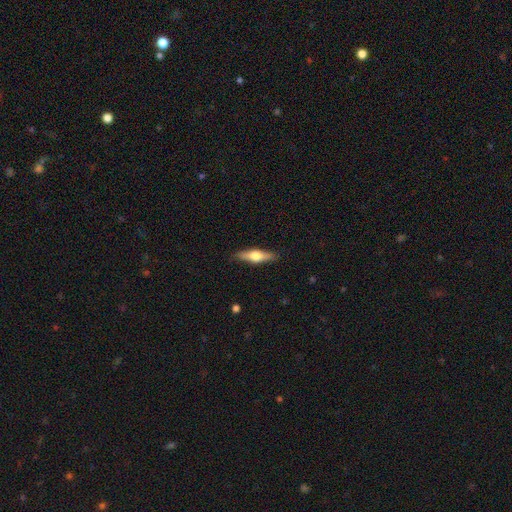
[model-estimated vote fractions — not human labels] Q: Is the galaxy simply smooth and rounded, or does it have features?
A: featured or disk — 49%.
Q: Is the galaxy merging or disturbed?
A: none — 87%.